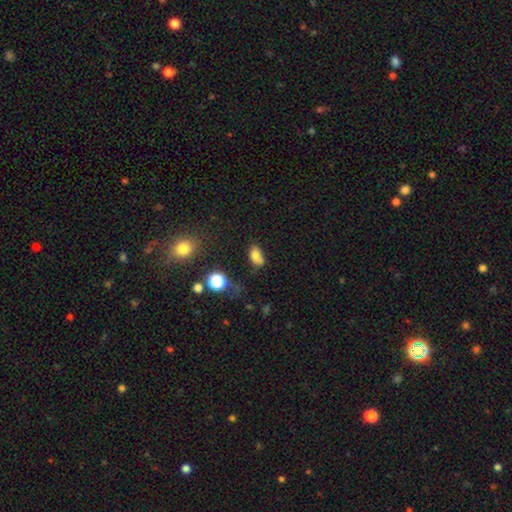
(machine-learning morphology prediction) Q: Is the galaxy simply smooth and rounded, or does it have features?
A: smooth — 76%.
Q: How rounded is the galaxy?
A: in between — 82%.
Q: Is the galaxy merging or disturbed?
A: none — 53%.